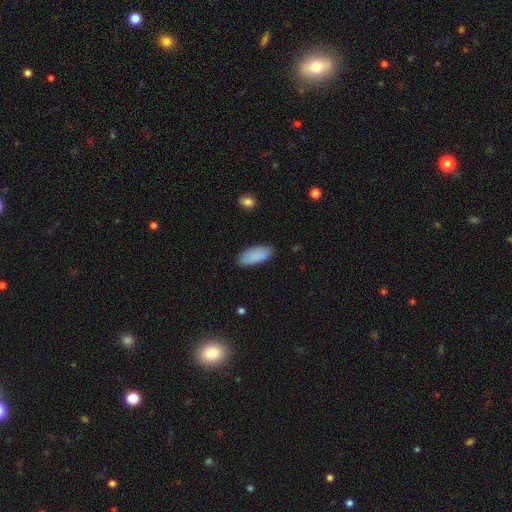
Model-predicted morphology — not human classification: A smooth galaxy with no disk features (87%) that is in between round and cigar-shaped (86%). Merging: none (79%).